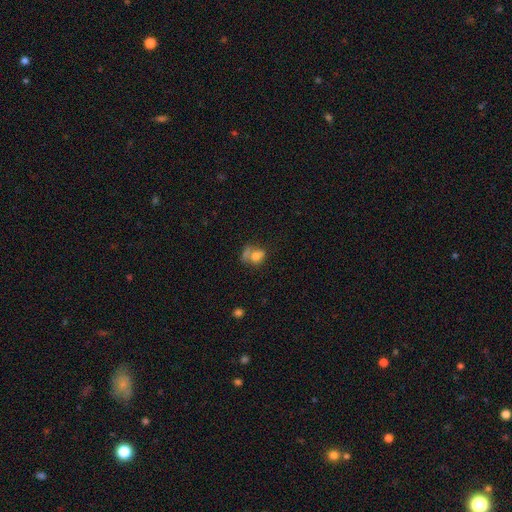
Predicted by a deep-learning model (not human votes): Smooth or featured?
  - smooth: 72% *
  - featured or disk: 16%
  - star or artifact: 13%
How rounded?
  - in between: 51% *
  - round: 47%
  - cigar-shaped: 2%
Merging?
  - merger: 34% * (tied)
  - none: 34% * (tied)
  - minor disturbance: 17%
  - major disturbance: 14%